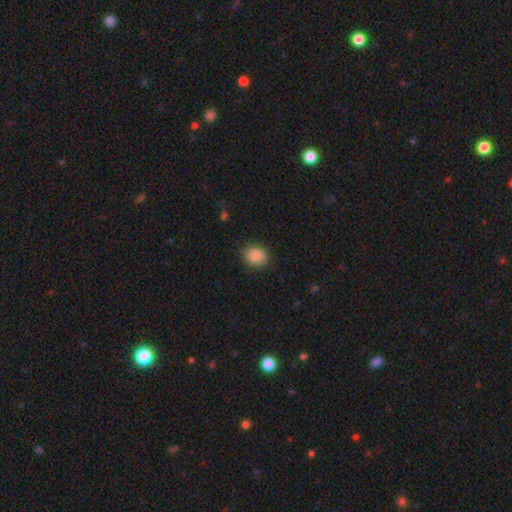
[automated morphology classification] Smooth or featured? smooth (84%)
How rounded? round (69%)
Merging? none (84%)